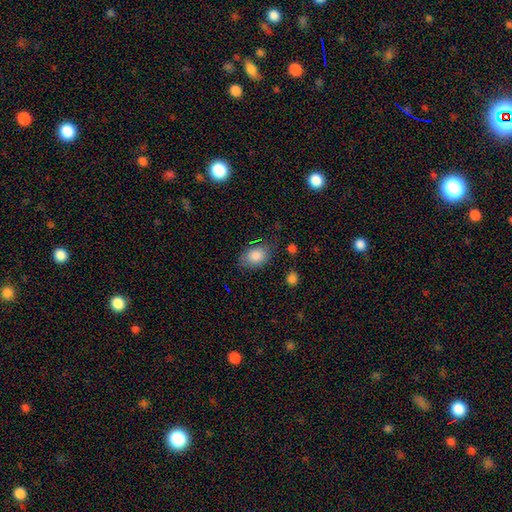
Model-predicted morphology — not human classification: smooth-or-featured: smooth: 86% | star or artifact: 8% | featured or disk: 6%
  how-rounded: in between: 80% | round: 19% | cigar-shaped: 1%
  merging: none: 72% | minor disturbance: 19% | major disturbance: 6% | merger: 2%